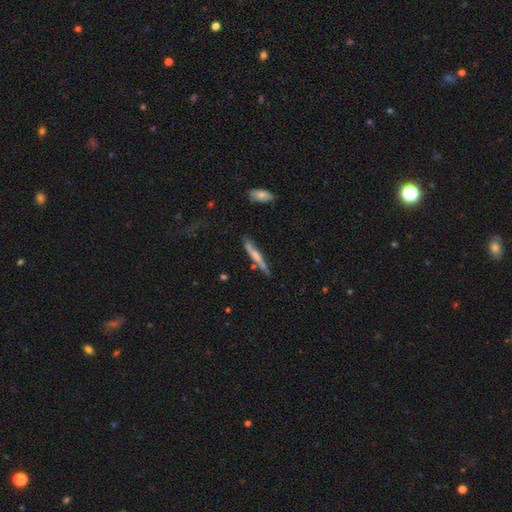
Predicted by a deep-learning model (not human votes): A smooth galaxy with no disk features (51%) that is cigar-shaped (94%). Merging: none (73%).